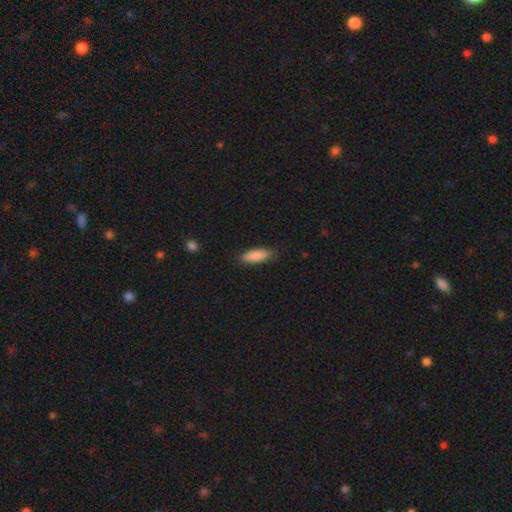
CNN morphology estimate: A smooth galaxy with no disk features (88%) that is in between round and cigar-shaped (58%).

Vote fractions:
- Smooth or featured? smooth: 88% / featured or disk: 7% / star or artifact: 6%
- How rounded? in between: 58% / cigar-shaped: 41% / round: 2%
- Merging? none: 85% / minor disturbance: 12% / major disturbance: 2% / merger: 1%